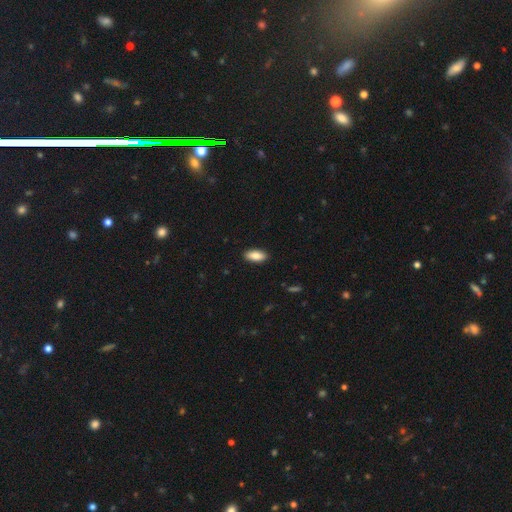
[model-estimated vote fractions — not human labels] Smooth or featured: smooth — 87% (featured or disk — 7%)
How rounded: in between — 86% (cigar-shaped — 12%)
Merging: none — 90% (minor disturbance — 7%)